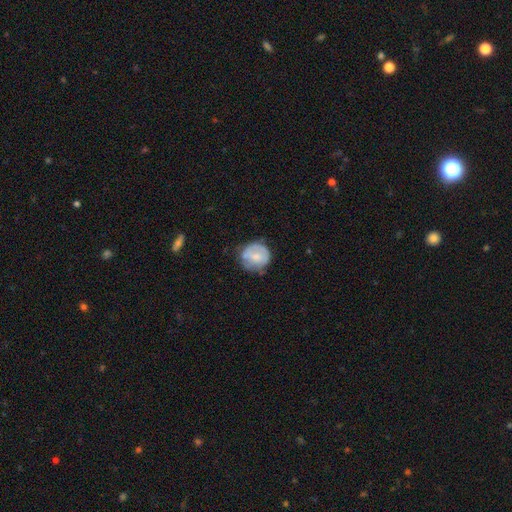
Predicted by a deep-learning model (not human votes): smooth-or-featured: smooth: 55% | featured or disk: 38% | star or artifact: 7%
  how-rounded: round: 85% | in between: 14% | cigar-shaped: 1%
  merging: none: 57% | minor disturbance: 26% | major disturbance: 12% | merger: 4%